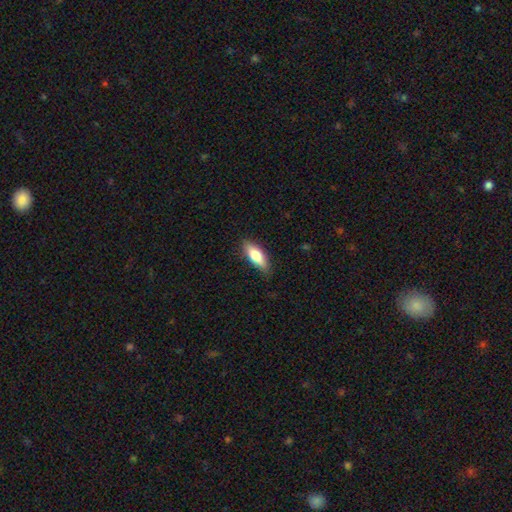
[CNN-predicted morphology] smooth_or_featured: smooth (p=0.75) [alt: featured or disk p=0.19]
how_rounded: in between (p=0.68) [alt: cigar-shaped p=0.30]
merging: none (p=0.83) [alt: minor disturbance p=0.14]